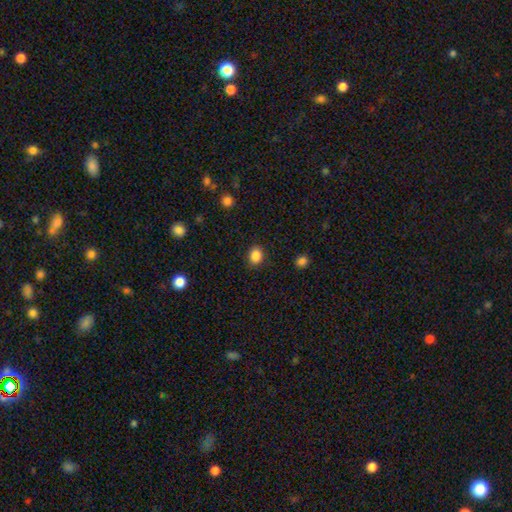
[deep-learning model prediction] Overall: smooth (86%). How rounded: round (55%; in between 44%). Merging: none (87%).